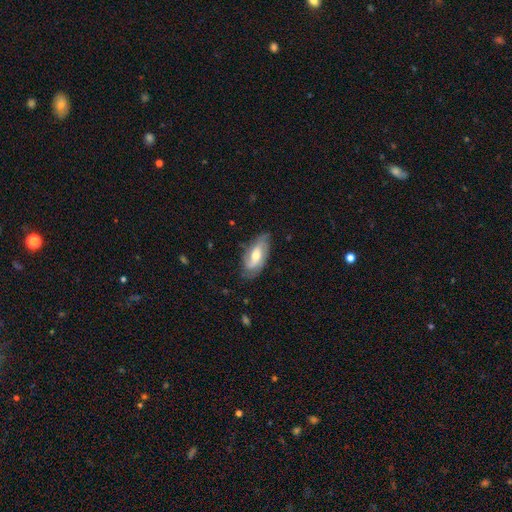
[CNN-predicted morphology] smooth-or-featured: featured or disk: 61% | smooth: 33% | star or artifact: 6%
  disk-edge-on: no: 87% | yes: 13%
    bar: no: 44% | weak: 38% | strong: 18%
    has-spiral-arms: yes: 82% | no: 18%
    bulge-size: moderate: 67% | small: 25% | large: 6% | none: 1% | dominant: 1%
  merging: none: 73% | minor disturbance: 21% | major disturbance: 6% | merger: 1%